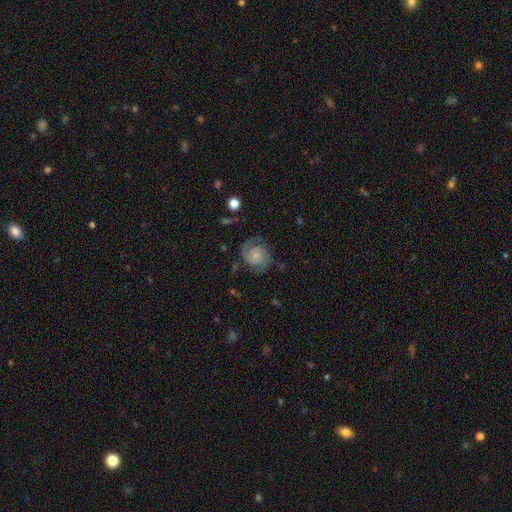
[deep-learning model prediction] Smooth or featured? Predicted: featured or disk (p=0.86). Edge-on disk? Predicted: no (p=0.98). Bar? Predicted: no (p=0.71). Spiral arms? Predicted: yes (p=0.97). Spiral winding? Predicted: medium (p=0.45). Spiral arm count? Predicted: 2 (p=0.89). Bulge size? Predicted: small (p=0.66). Merging? Predicted: none (p=0.78).